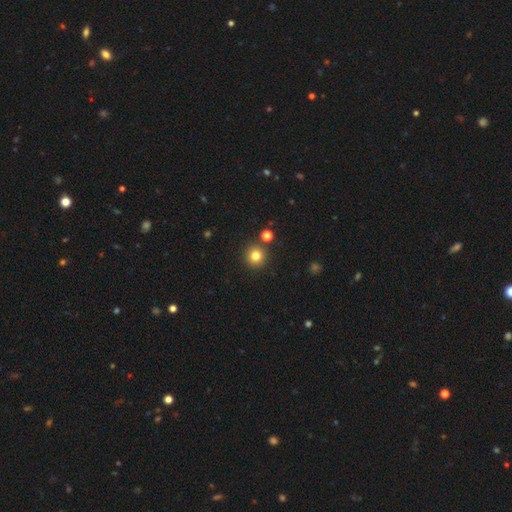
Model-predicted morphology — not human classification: This is likely a smooth galaxy (80%). How rounded: clearly round (94%). Merging: clearly none (86%).